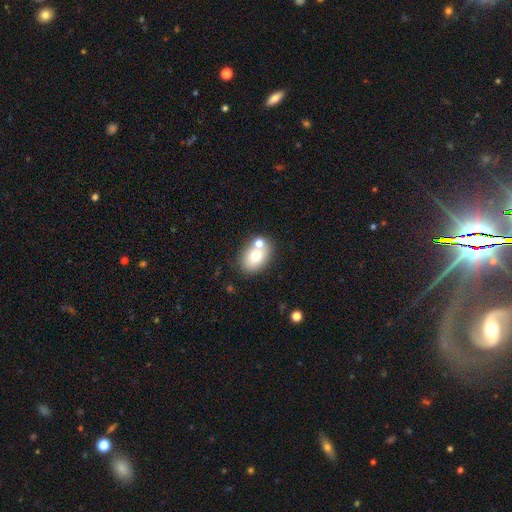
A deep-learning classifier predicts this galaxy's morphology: Overall: smooth (71%). How rounded: in between (70%). Merging: none (57%; merger 28%).